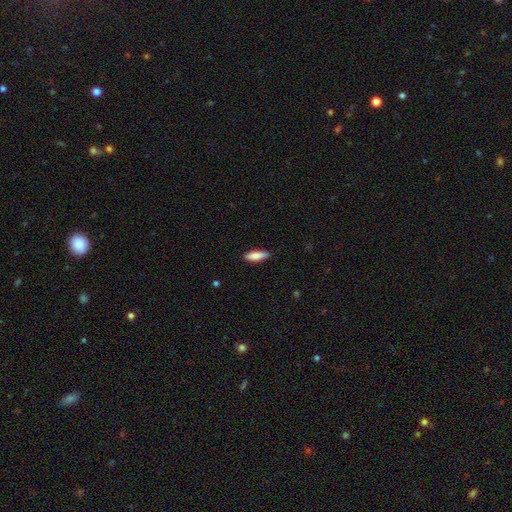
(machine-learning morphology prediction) smooth-or-featured: smooth: 84% | featured or disk: 10% | star or artifact: 6%
  how-rounded: in between: 53% | cigar-shaped: 45% | round: 2%
  merging: none: 86% | minor disturbance: 11% | major disturbance: 2% | merger: 1%